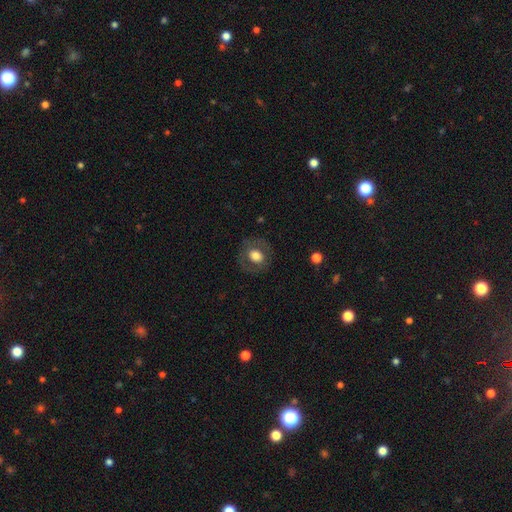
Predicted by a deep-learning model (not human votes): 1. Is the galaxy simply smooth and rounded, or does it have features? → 61% smooth, 31% featured or disk, 8% star or artifact.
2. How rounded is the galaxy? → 71% round, 28% in between, 1% cigar-shaped.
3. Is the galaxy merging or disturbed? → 80% none, 12% minor disturbance, 7% major disturbance, 1% merger.